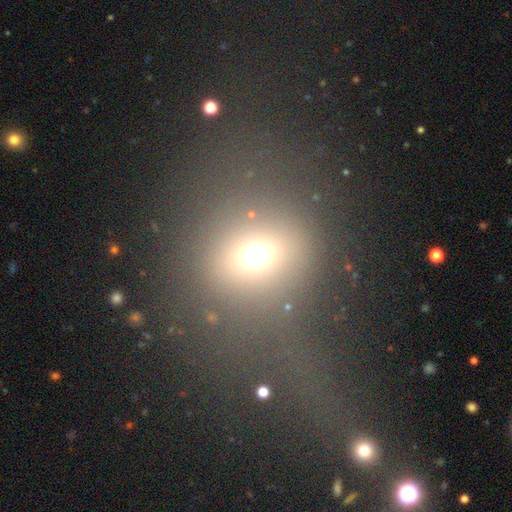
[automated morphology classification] Smooth or featured? smooth (65%)
How rounded? round (80%)
Merging? none (69%)